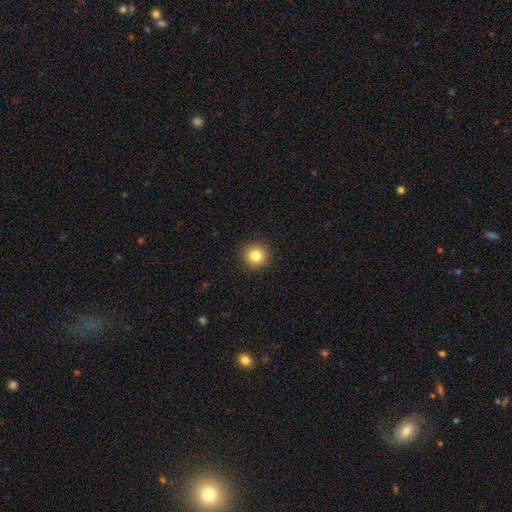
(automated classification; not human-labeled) A smooth galaxy with no disk features (82%) that is round (92%). Merging: none (92%).